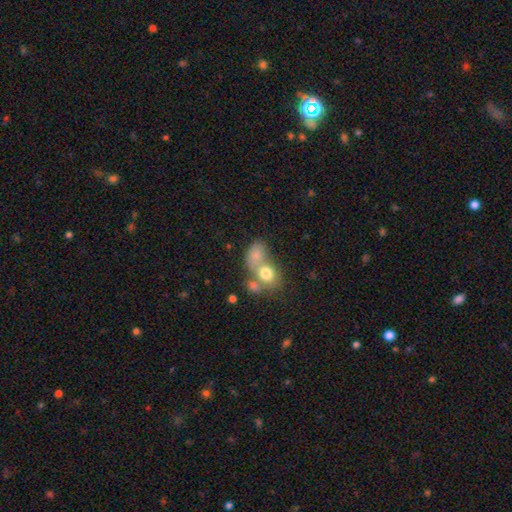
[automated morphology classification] Q: Smooth or featured?
A: smooth (74%); runner-up: featured or disk (15%)
Q: How rounded?
A: in between (67%); runner-up: round (31%)
Q: Merging?
A: merger (57%); runner-up: none (25%)